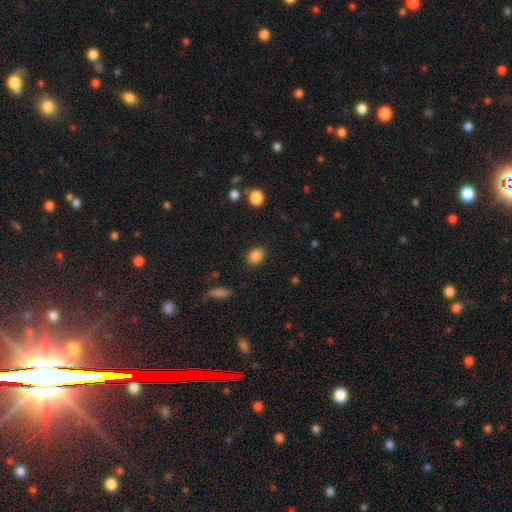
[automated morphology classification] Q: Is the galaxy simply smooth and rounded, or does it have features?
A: smooth — 86%.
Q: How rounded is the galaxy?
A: in between — 56%.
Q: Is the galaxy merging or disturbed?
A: none — 87%.